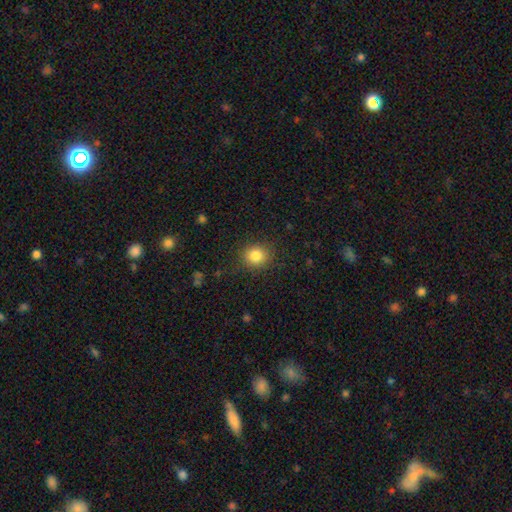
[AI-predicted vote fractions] smooth-or-featured: smooth: 83% | star or artifact: 11% | featured or disk: 6%
  how-rounded: round: 83% | in between: 16% | cigar-shaped: 1%
  merging: none: 85% | minor disturbance: 10% | major disturbance: 3% | merger: 1%